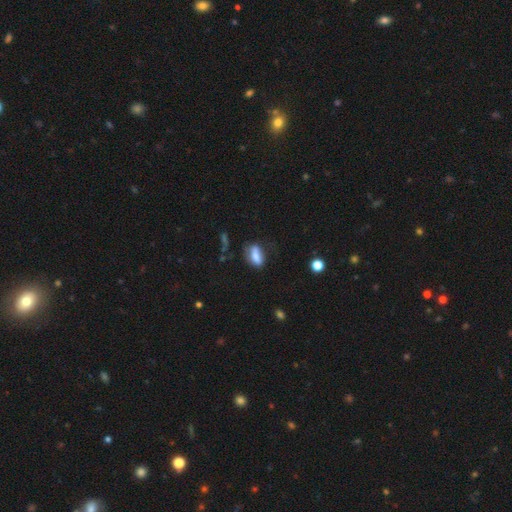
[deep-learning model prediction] smooth-or-featured: smooth: 73% | featured or disk: 17% | star or artifact: 9%
  how-rounded: in between: 79% | cigar-shaped: 13% | round: 7%
  merging: none: 48% | minor disturbance: 29% | major disturbance: 15% | merger: 8%